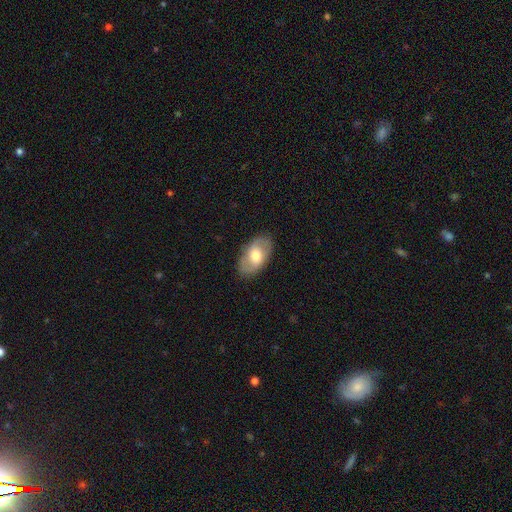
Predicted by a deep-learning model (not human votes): Overall: smooth (53%; featured or disk 41%). How rounded: in between (92%). Merging: none (84%).